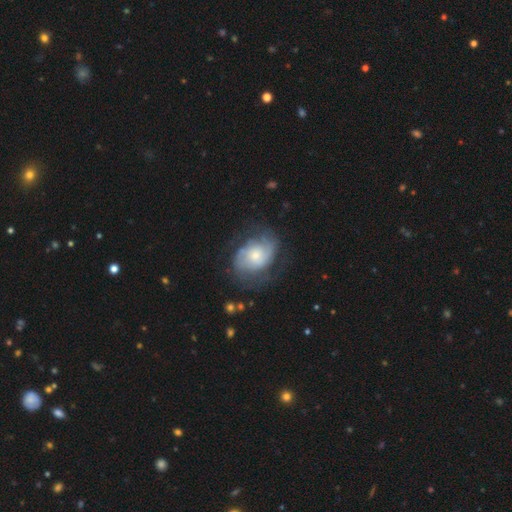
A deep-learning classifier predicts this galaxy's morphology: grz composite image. It shows a featured or disk galaxy (70%) with no bar (70%), 2 (67%) medium (43%) spiral arms (88%) and a moderate central bulge (43%, tied with small). Merging: none (61%).